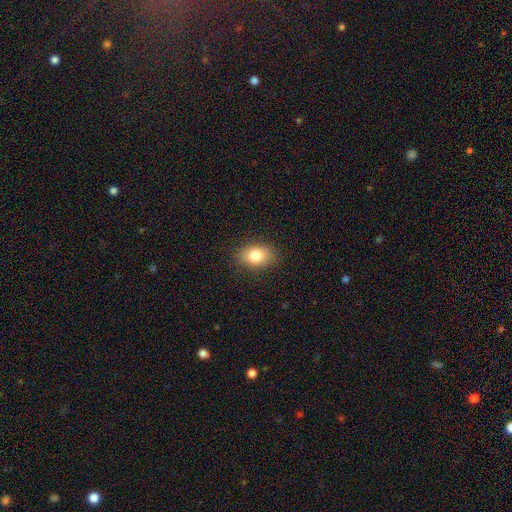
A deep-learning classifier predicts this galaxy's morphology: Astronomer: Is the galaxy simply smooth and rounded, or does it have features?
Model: smooth — 81%.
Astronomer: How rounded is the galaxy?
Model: in between — 78%.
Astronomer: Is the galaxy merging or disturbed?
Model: none — 86%.